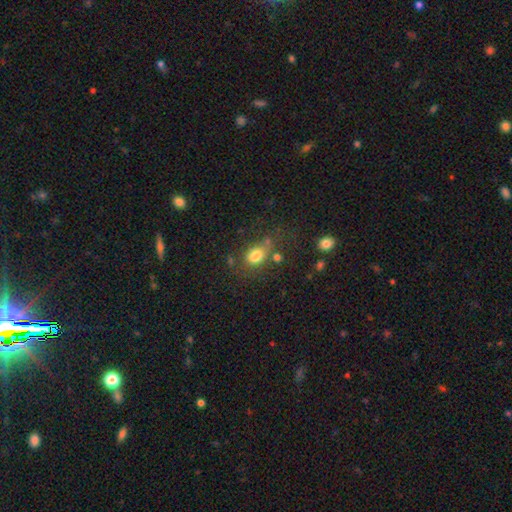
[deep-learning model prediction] The model was most divided on "merging": none: 54%, minor disturbance: 21%, merger: 13%, major disturbance: 12%. More confident: smooth or featured — smooth (79%); how rounded — in between (67%).